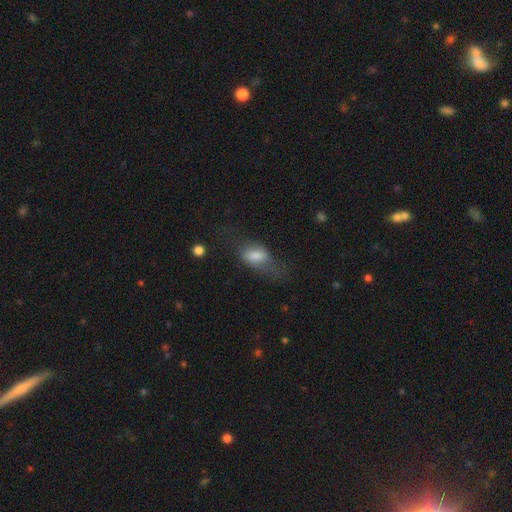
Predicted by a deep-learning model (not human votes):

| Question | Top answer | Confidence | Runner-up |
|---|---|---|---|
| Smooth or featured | smooth | 65% | featured or disk (26%) |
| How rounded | in between | 81% | cigar-shaped (11%) |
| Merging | none | 43% | major disturbance (29%) |